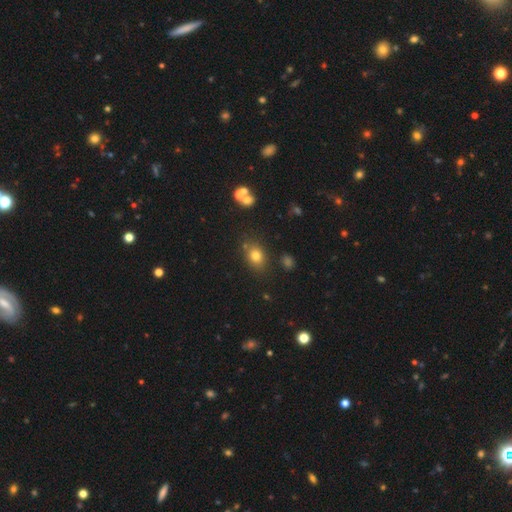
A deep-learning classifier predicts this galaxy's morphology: The model was most divided on "how rounded": in between: 55%, round: 44%, cigar-shaped: 1%. More confident: smooth or featured — smooth (77%); merging — none (77%).